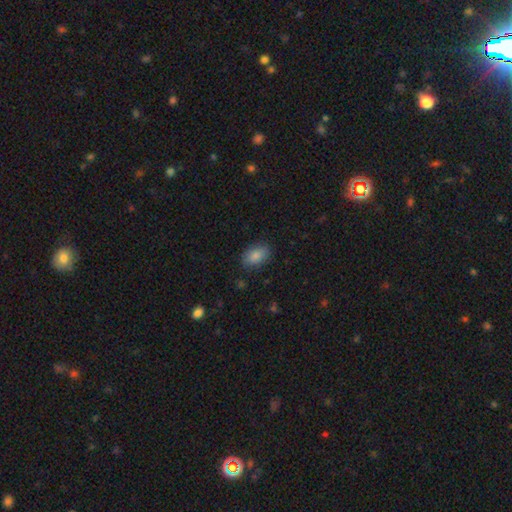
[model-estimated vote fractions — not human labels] A smooth galaxy with no disk features (86%) that is in between round and cigar-shaped (90%). Merging: none (84%).